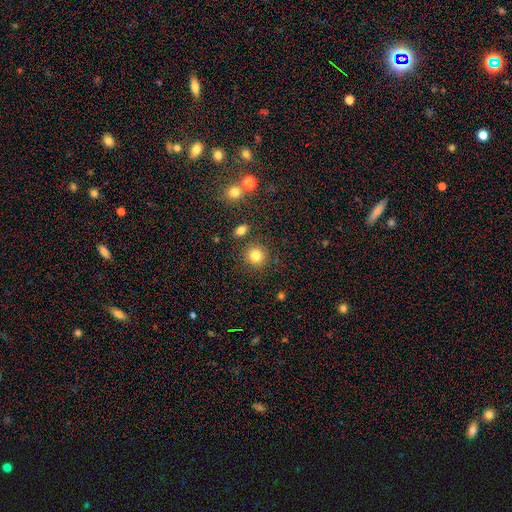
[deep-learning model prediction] A smooth galaxy with no disk features (82%) that is round (91%). Merging: none (85%).